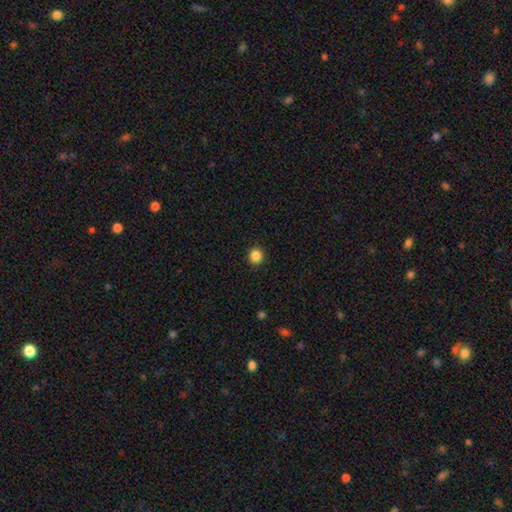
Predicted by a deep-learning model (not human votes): The model was most divided on "smooth or featured": smooth: 86%, star or artifact: 11%, featured or disk: 3%. More confident: merging — none (93%); how rounded — round (91%).